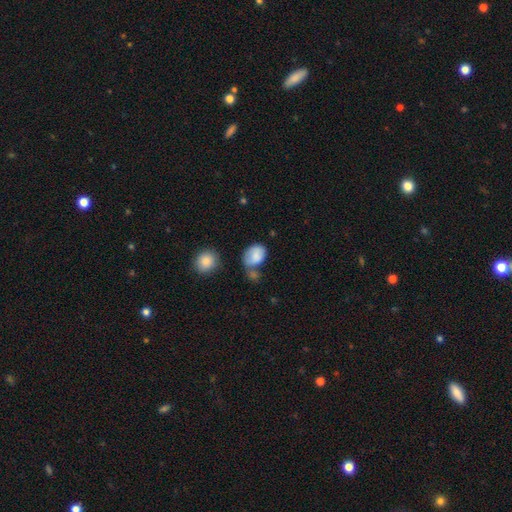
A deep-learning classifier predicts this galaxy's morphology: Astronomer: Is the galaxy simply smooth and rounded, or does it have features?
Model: smooth — 80%.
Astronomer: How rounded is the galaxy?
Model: in between — 71%.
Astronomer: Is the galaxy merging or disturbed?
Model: none — 37% (runner-up: minor disturbance, 26%).